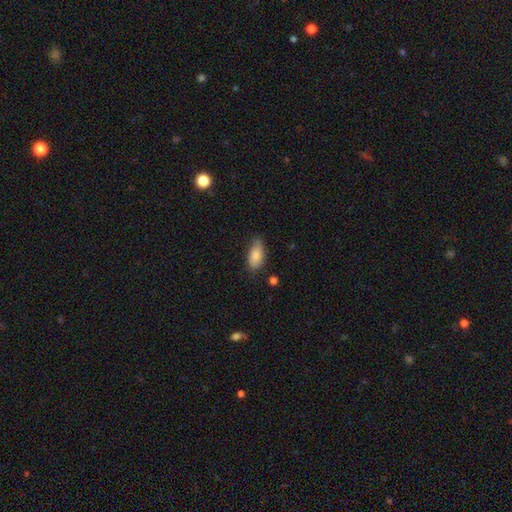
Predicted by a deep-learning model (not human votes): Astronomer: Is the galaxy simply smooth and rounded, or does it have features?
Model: smooth — 84%.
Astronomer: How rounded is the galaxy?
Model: in between — 91%.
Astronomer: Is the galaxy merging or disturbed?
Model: none — 68%.